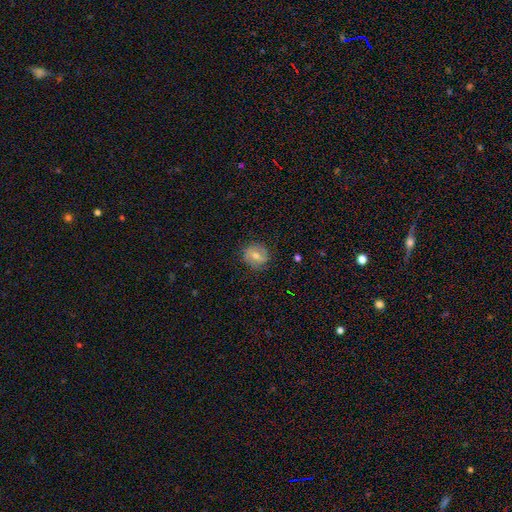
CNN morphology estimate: smooth_or_featured: smooth (p=0.58) [alt: featured or disk p=0.33]
how_rounded: round (p=0.81) [alt: in between p=0.18]
merging: none (p=0.80) [alt: minor disturbance p=0.14]